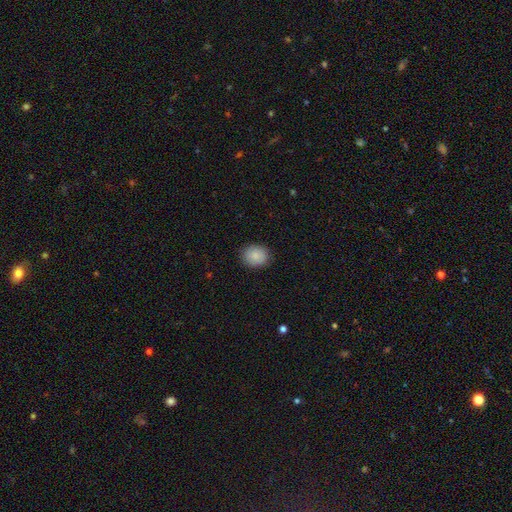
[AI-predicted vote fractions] Q: Smooth or featured?
A: smooth (88%); runner-up: star or artifact (8%)
Q: How rounded?
A: round (61%); runner-up: in between (38%)
Q: Merging?
A: none (89%); runner-up: minor disturbance (8%)